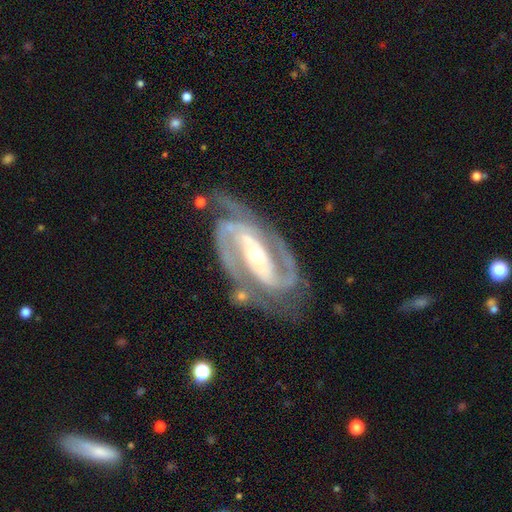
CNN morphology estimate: featured or disk 93%, star or artifact 4%, smooth 3%. Down the decision tree: edge-on disk — no (97%); bar — strong (58%); spiral arms — yes (98%); spiral arm count — 2 (89%); spiral winding — medium (48%); bulge size — moderate (61%); merging — none (74%).